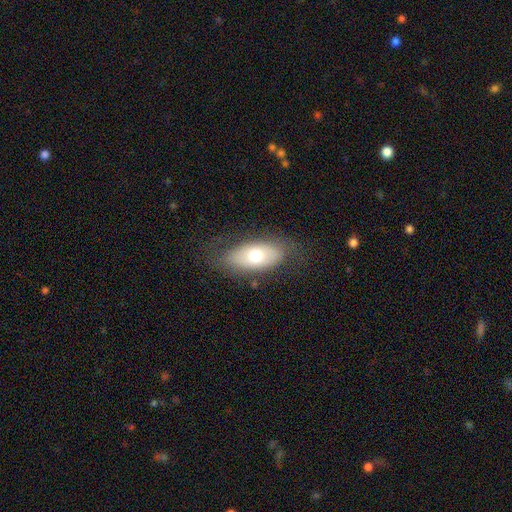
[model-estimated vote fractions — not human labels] Overall: smooth (64%; featured or disk 28%). How rounded: in between (89%). Merging: none (75%).